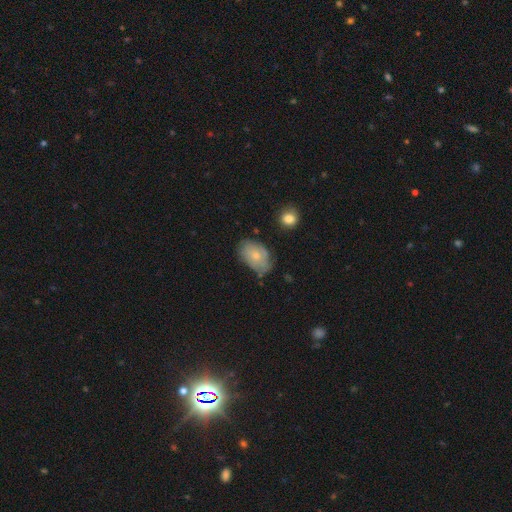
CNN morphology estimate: This is likely a smooth galaxy (65%). How rounded: clearly in between (89%). Merging: likely none (61%).